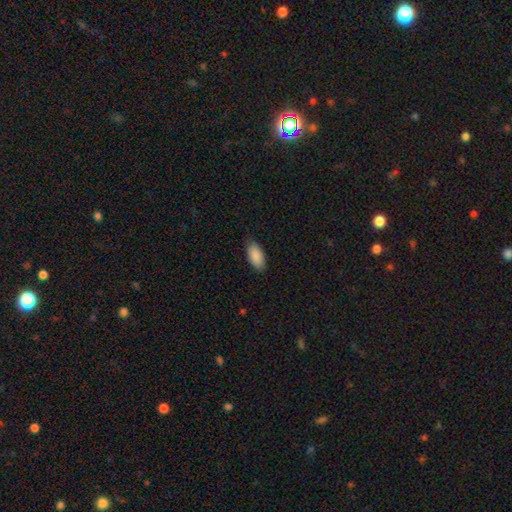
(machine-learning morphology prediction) Q: Smooth or featured?
A: smooth (89%); runner-up: star or artifact (6%)
Q: How rounded?
A: in between (93%); runner-up: cigar-shaped (6%)
Q: Merging?
A: none (82%); runner-up: minor disturbance (15%)